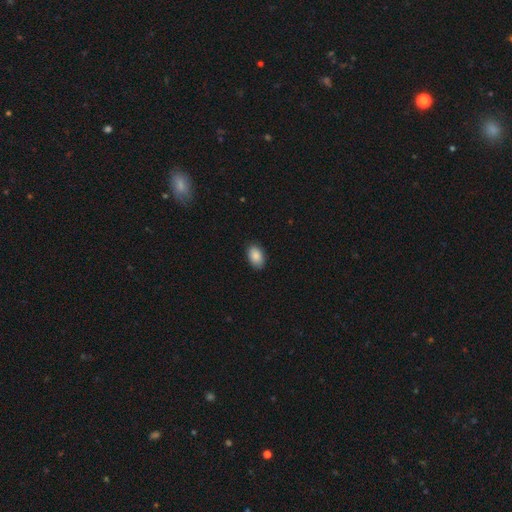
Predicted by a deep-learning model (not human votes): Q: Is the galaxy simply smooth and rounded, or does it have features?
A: smooth — 88%.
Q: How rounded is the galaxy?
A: in between — 92%.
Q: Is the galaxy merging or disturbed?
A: none — 87%.